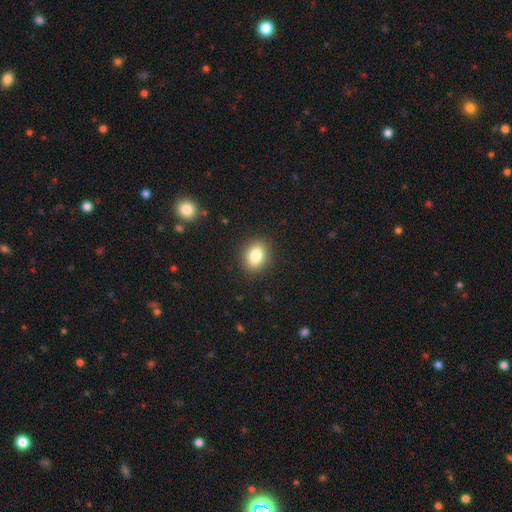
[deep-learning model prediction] This appears to be a smooth galaxy with no disk features (83%) that is in between round and cigar-shaped (58%). Merging: none (89%).